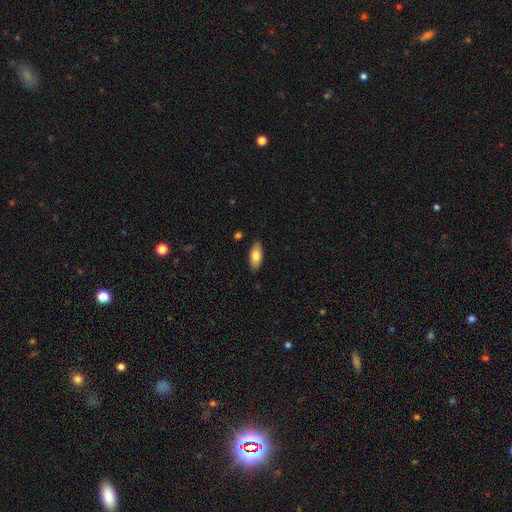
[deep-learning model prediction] smooth_or_featured: smooth (p=0.79) [alt: featured or disk p=0.15]
how_rounded: in between (p=0.85) [alt: cigar-shaped p=0.13]
merging: none (p=0.87) [alt: minor disturbance p=0.10]